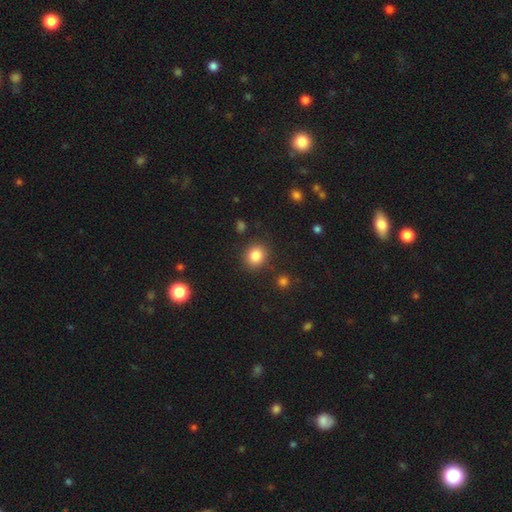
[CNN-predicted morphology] Smooth or featured?
  - smooth: 84% *
  - star or artifact: 10%
  - featured or disk: 5%
How rounded?
  - round: 78% *
  - in between: 21%
  - cigar-shaped: 1%
Merging?
  - none: 87% *
  - minor disturbance: 7%
  - major disturbance: 3%
  - merger: 2%